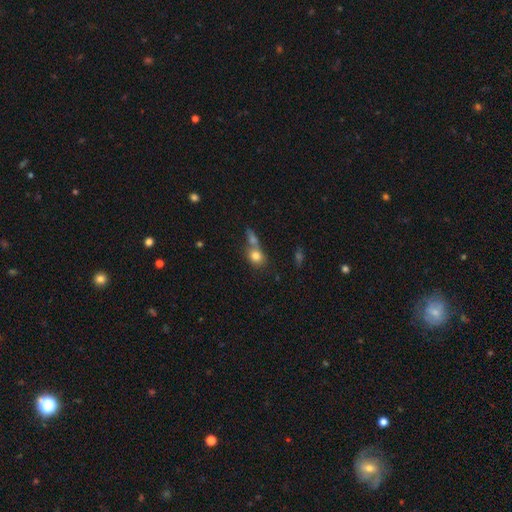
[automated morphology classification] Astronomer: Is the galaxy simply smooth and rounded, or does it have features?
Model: smooth — 79%.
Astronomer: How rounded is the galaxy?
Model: round — 62%.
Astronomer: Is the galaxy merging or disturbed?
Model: merger — 51% (runner-up: none, 36%).